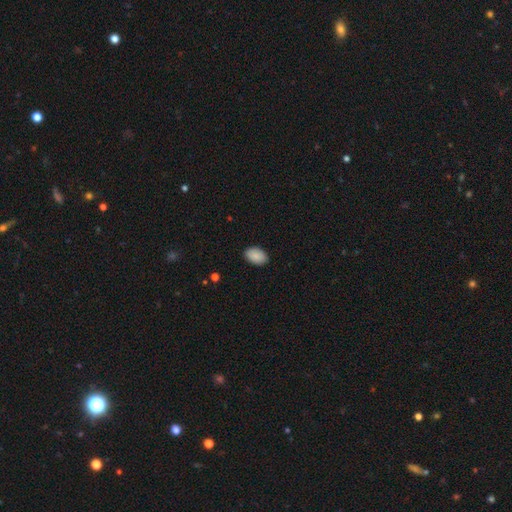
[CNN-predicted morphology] A smooth galaxy with no disk features (89%) that is in between round and cigar-shaped (89%). Merging: none (88%).